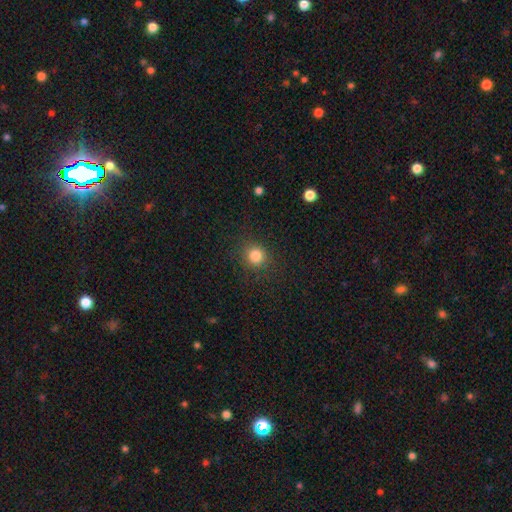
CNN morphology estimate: Smooth or featured? Predicted: smooth (p=0.84). How rounded? Predicted: round (p=0.87). Merging? Predicted: none (p=0.86).